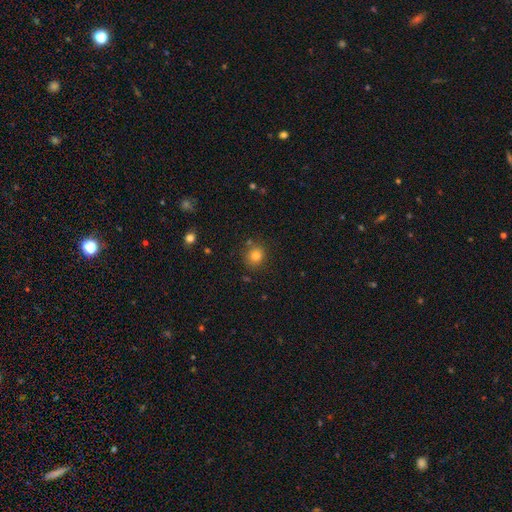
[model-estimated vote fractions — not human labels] Smooth or featured: smooth — 79% (star or artifact — 13%)
How rounded: round — 83% (in between — 16%)
Merging: none — 82% (minor disturbance — 11%)